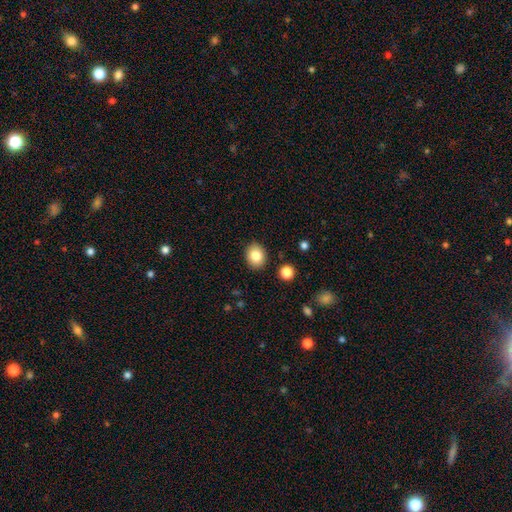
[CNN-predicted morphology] smooth_or_featured: smooth (p=0.84) [alt: star or artifact p=0.09]
how_rounded: round (p=0.62) [alt: in between p=0.37]
merging: none (p=0.89) [alt: minor disturbance p=0.07]